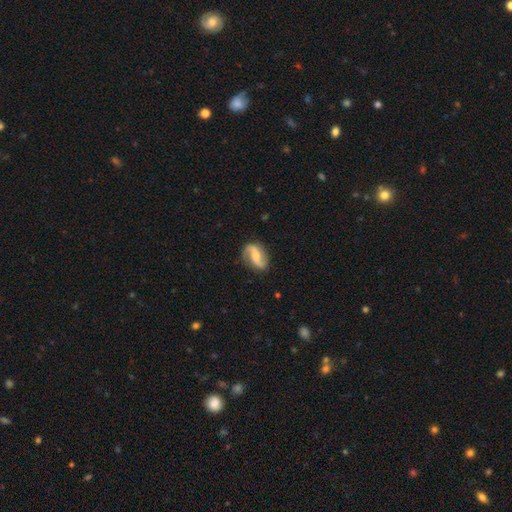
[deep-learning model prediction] featured or disk 82%, smooth 13%, star or artifact 5%. Down the decision tree: edge-on disk — no (97%); bar — weak (38%); spiral arms — yes (95%); spiral arm count — 2 (92%); spiral winding — loose (62%); bulge size — moderate (53%); merging — none (82%).